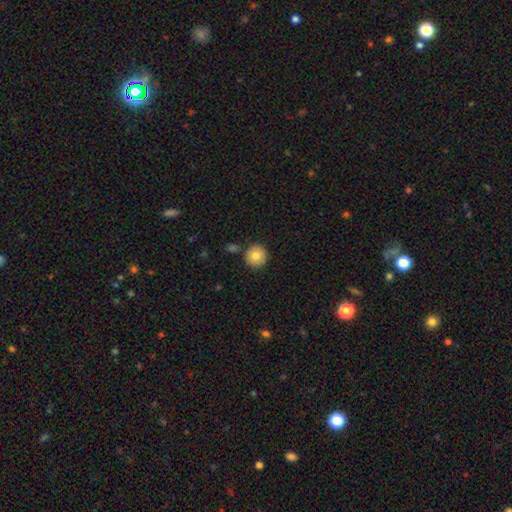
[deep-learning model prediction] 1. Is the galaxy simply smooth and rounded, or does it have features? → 82% smooth, 10% featured or disk, 9% star or artifact.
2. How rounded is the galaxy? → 94% round, 5% in between, 1% cigar-shaped.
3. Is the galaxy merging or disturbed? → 84% none, 8% minor disturbance, 5% merger, 2% major disturbance.